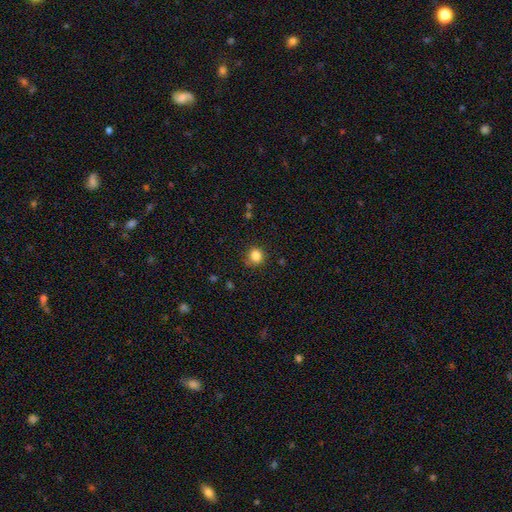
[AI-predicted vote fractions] smooth-or-featured: smooth: 84% | star or artifact: 11% | featured or disk: 4%
  how-rounded: round: 85% | in between: 14% | cigar-shaped: 1%
  merging: none: 85% | minor disturbance: 11% | major disturbance: 3% | merger: 1%